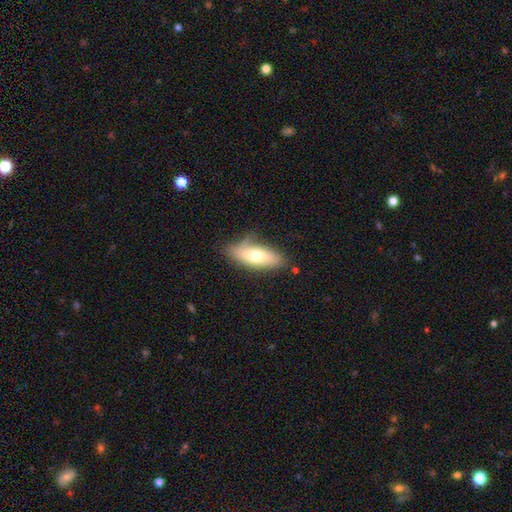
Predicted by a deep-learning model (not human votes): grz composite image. It shows a smooth galaxy with no disk features (64%) that is in between round and cigar-shaped (68%). Merging: none (64%).